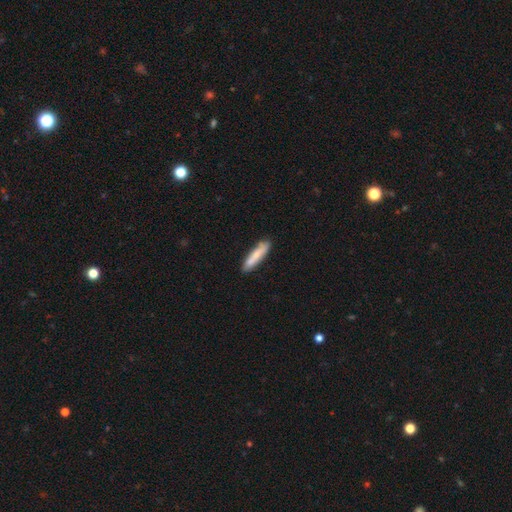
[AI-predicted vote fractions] Morphology: type=smooth (78%); roundness=cigar-shaped (85%); merging=none (84%).